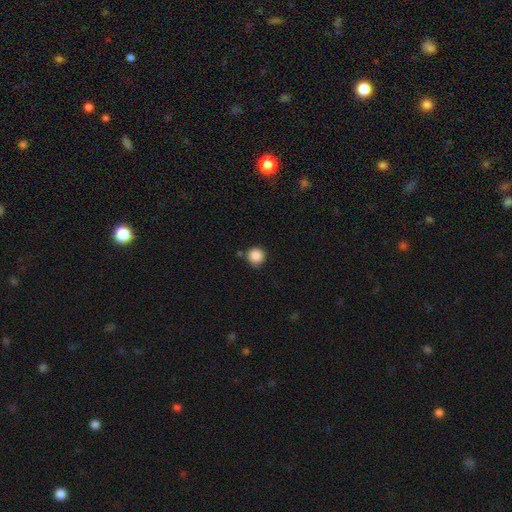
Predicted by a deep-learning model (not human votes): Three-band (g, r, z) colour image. It shows a smooth galaxy with no disk features (87%) that is round (94%). Merging: none (82%).